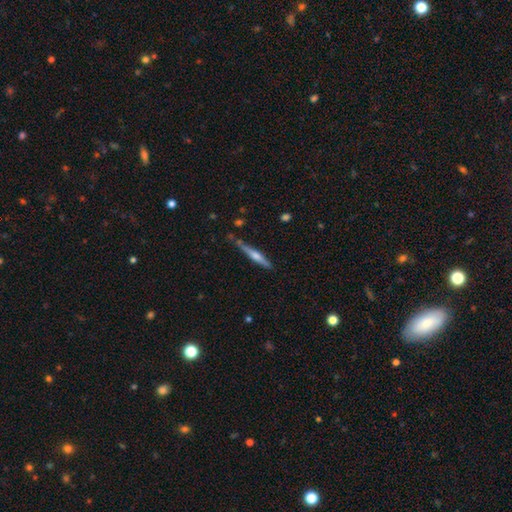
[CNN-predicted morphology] A featured or disk galaxy (60%) viewed edge-on (97%) with a rounded central bulge (78%). Merging: none (80%).